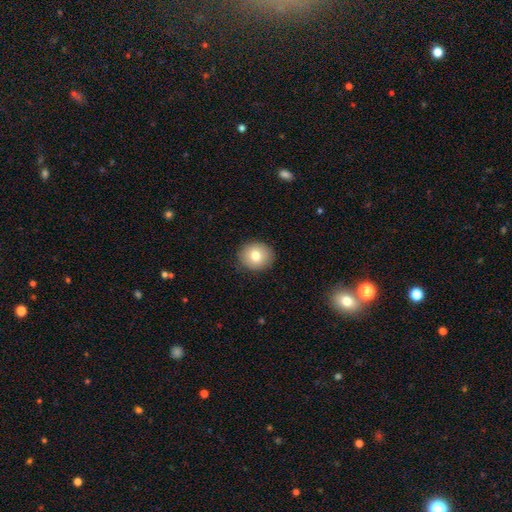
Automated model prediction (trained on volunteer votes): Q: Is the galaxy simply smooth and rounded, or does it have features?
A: smooth — 78%.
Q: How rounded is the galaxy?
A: round — 79%.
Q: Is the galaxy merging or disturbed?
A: none — 90%.